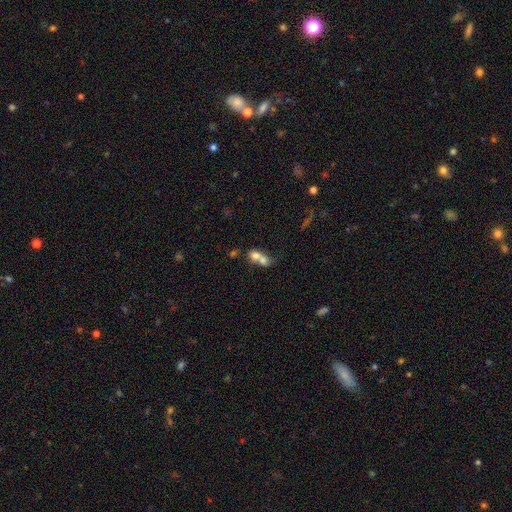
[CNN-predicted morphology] smooth-or-featured: smooth: 68% | featured or disk: 22% | star or artifact: 10%
  how-rounded: in between: 51% | round: 46% | cigar-shaped: 3%
  merging: merger: 78% | none: 13% | minor disturbance: 5% | major disturbance: 4%